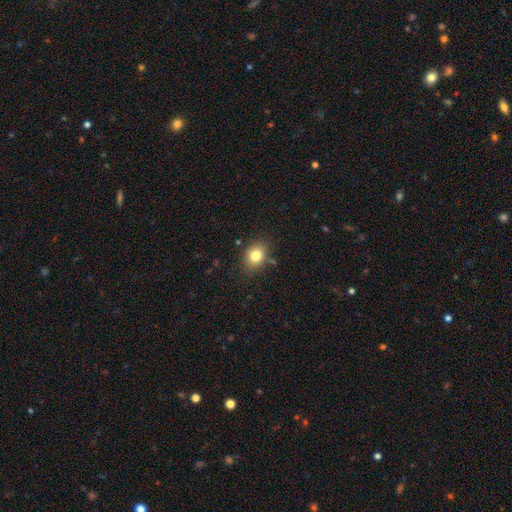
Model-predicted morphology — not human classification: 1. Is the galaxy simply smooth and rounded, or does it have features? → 81% smooth, 10% star or artifact, 8% featured or disk.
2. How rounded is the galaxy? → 55% in between, 44% round, 1% cigar-shaped.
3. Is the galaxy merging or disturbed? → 81% none, 13% minor disturbance, 3% major disturbance, 3% merger.